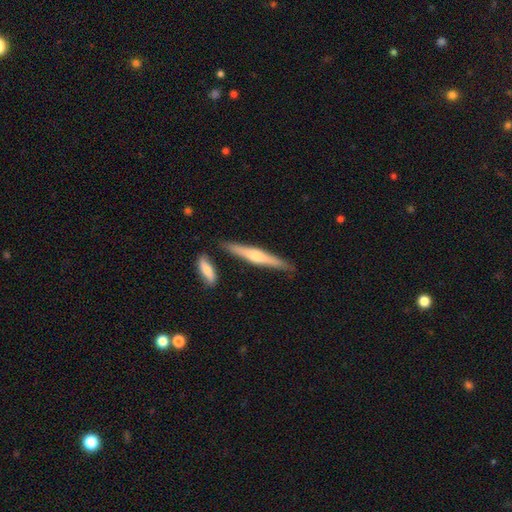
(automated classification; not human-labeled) Smooth or featured?
  - featured or disk: 63% *
  - smooth: 32%
  - star or artifact: 6%
Edge-on disk?
  - yes: 97% *
  - no: 3%
Edge-on bulge?
  - rounded: 83% *
  - none: 12%
  - boxy: 6%
Merging?
  - none: 85% *
  - minor disturbance: 9%
  - merger: 4%
  - major disturbance: 2%